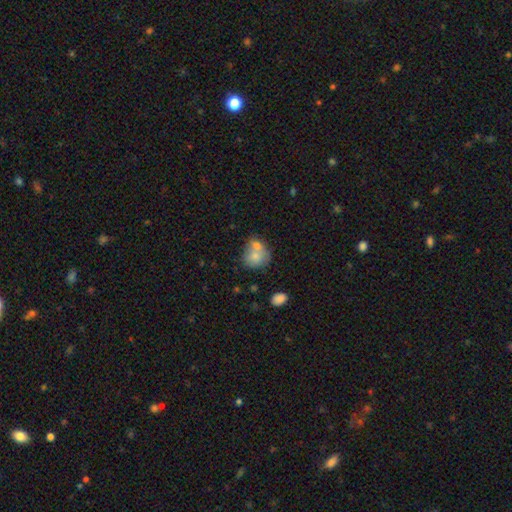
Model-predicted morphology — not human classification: Smooth or featured? smooth (72%)
How rounded? round (64%)
Merging? merger (55%)